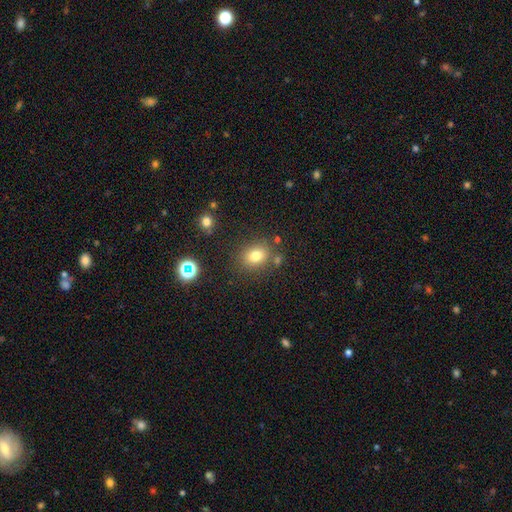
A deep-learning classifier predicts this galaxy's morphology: This appears to be a smooth galaxy with no disk features (78%) that is in between round and cigar-shaped (51%). Merging: none (77%).